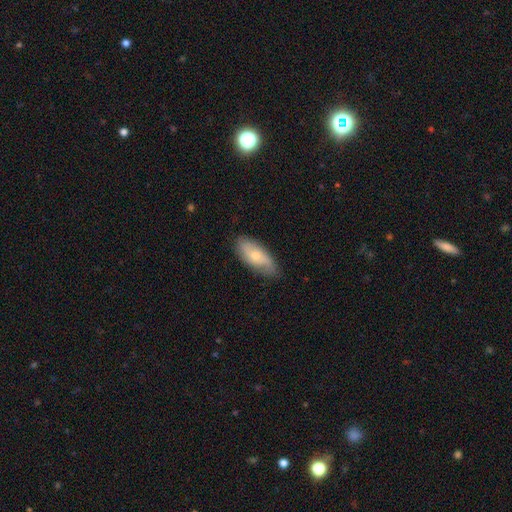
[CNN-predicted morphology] Smooth or featured? smooth (55%)
How rounded? in between (84%)
Merging? none (75%)